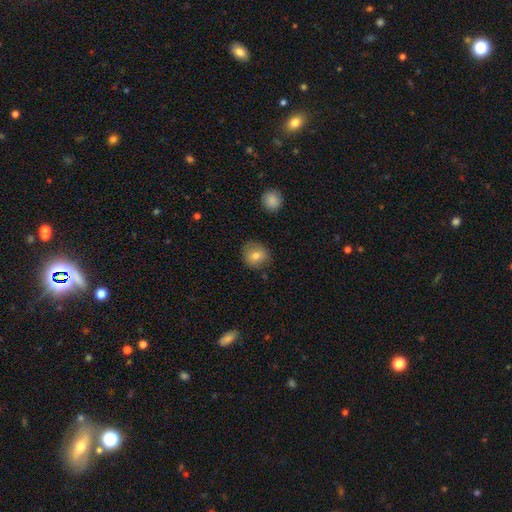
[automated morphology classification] A smooth galaxy with no disk features (78%) that is round (84%). Merging: none (81%).